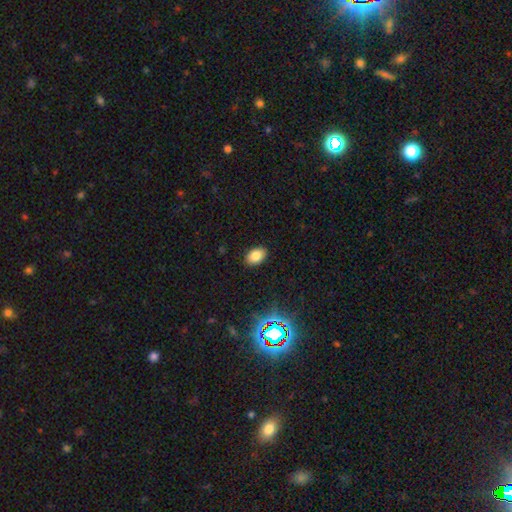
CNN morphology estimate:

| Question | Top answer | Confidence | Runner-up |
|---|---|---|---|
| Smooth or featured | smooth | 81% | star or artifact (13%) |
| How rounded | in between | 86% | round (13%) |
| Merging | none | 89% | minor disturbance (8%) |